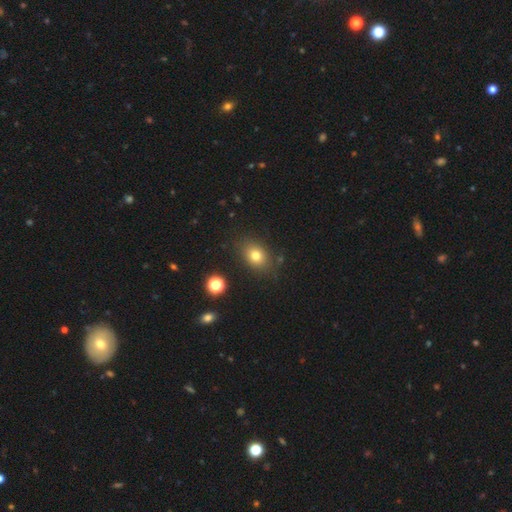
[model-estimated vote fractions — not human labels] Smooth or featured? Predicted: smooth (p=0.76). How rounded? Predicted: in between (p=0.63). Merging? Predicted: none (p=0.83).